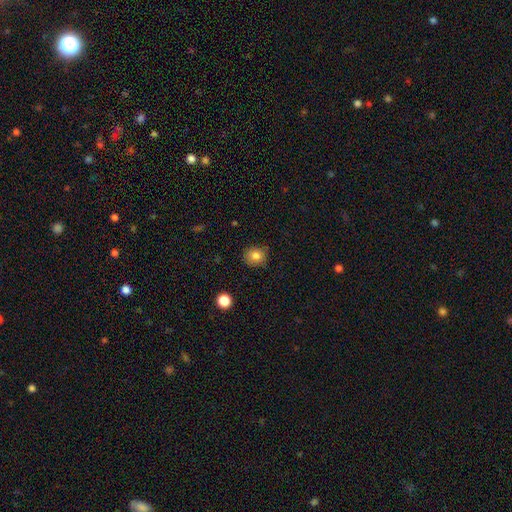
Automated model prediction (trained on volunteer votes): smooth_or_featured: smooth (p=0.82) [alt: star or artifact p=0.11]
how_rounded: round (p=0.82) [alt: in between p=0.17]
merging: none (p=0.83) [alt: minor disturbance p=0.13]